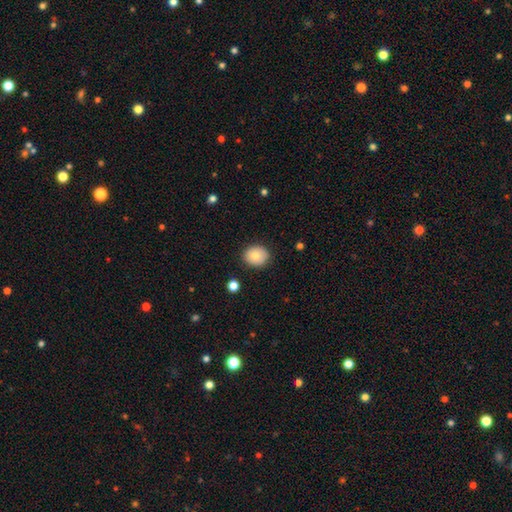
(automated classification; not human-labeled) Overall: smooth (80%). How rounded: round (72%). Merging: none (88%).